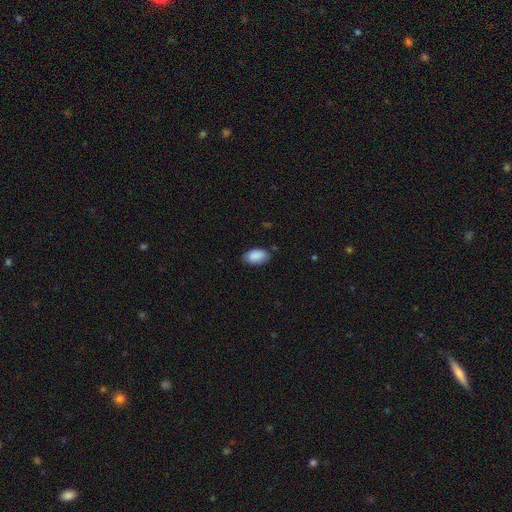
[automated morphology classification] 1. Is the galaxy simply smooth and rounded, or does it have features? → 90% smooth, 6% star or artifact, 4% featured or disk.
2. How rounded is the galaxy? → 95% in between, 4% round, 2% cigar-shaped.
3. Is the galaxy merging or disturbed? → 80% none, 16% minor disturbance, 3% major disturbance, 1% merger.